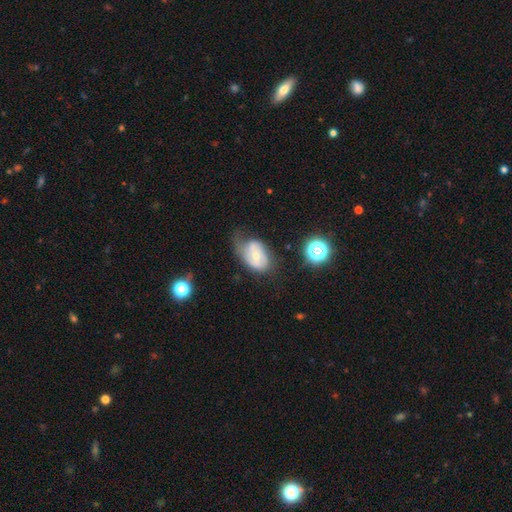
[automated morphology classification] A featured or disk galaxy (55%) with no bar (59%), spiral arms (60%) and a moderate central bulge (52%). Merging: none (35%).